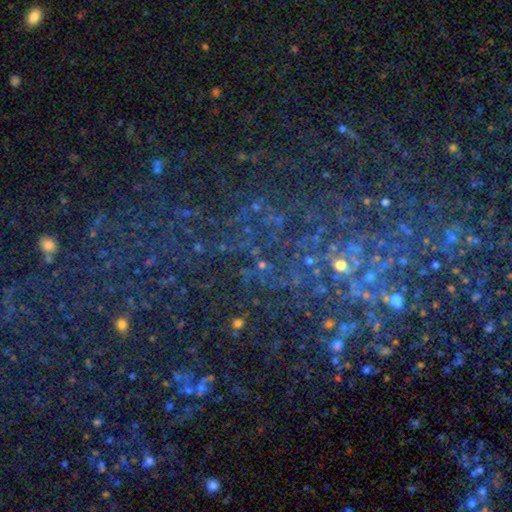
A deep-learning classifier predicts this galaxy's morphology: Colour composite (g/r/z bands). It shows a star or artifact, not a galaxy (72%).